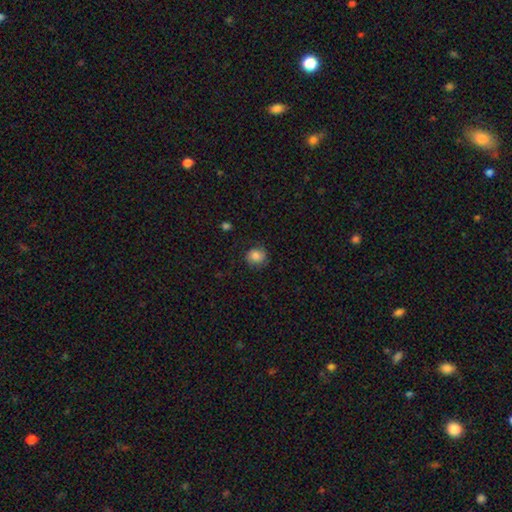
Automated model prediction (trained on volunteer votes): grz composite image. It shows a smooth galaxy with no disk features (81%) that is round (76%). Merging: none (75%).